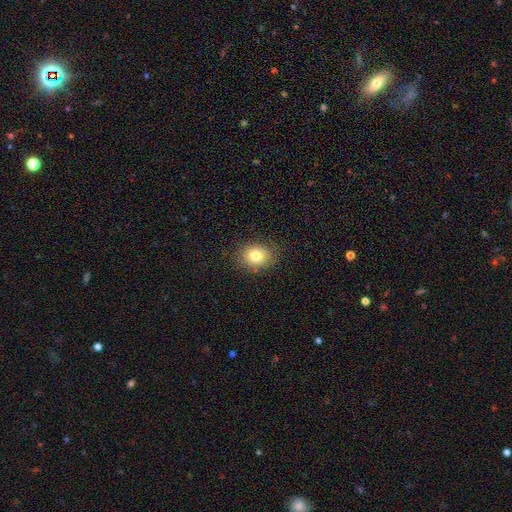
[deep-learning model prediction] This is likely a smooth galaxy (80%). How rounded: possibly round (53%). Merging: clearly none (86%).